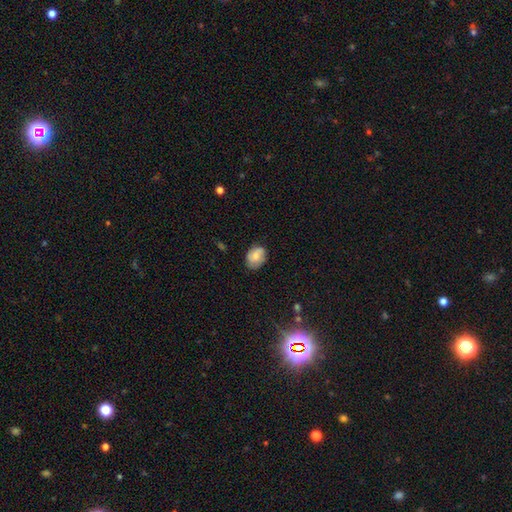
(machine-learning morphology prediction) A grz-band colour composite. It shows a smooth galaxy with no disk features (70%) that is in between round and cigar-shaped (64%). Merging: none (73%).